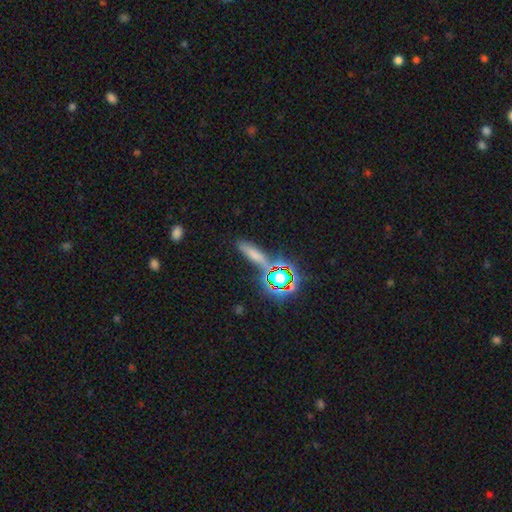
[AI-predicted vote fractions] This is marginally a smooth galaxy (43%). Merging: likely none (71%).